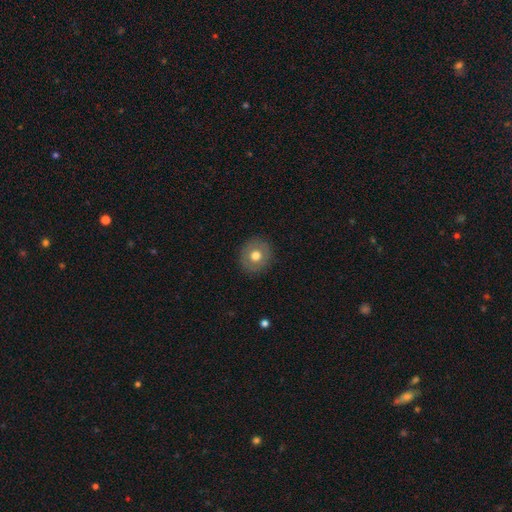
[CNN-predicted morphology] Smooth or featured: smooth — 67% (featured or disk — 25%)
How rounded: round — 88% (in between — 12%)
Merging: none — 89% (minor disturbance — 7%)